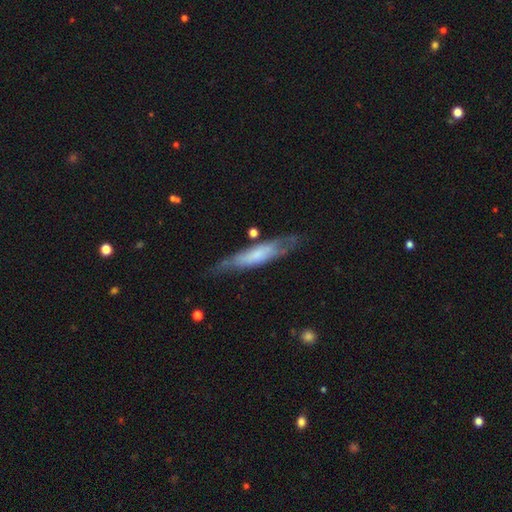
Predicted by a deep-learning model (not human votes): Q: Smooth or featured?
A: featured or disk (47%); tied with: smooth (47%)
Q: Merging?
A: none (63%); runner-up: minor disturbance (24%)